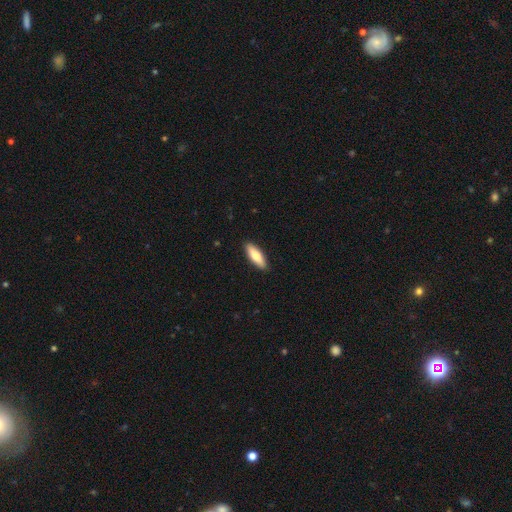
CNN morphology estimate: The model was most divided on "how rounded": in between: 52%, cigar-shaped: 47%, round: 2%. More confident: merging — none (90%); smooth or featured — smooth (74%).